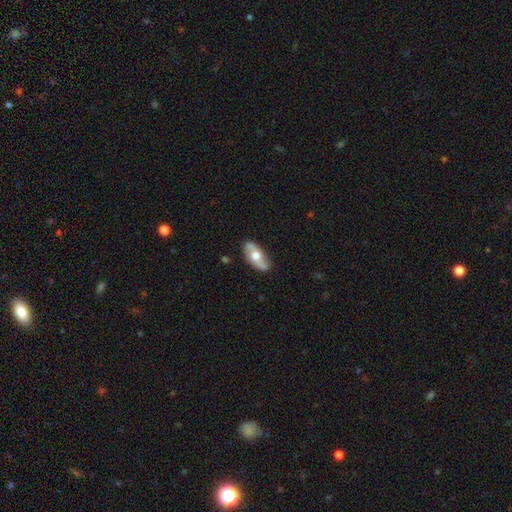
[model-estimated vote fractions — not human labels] Smooth or featured? featured or disk (47%, tied with smooth)
Merging? none (80%)